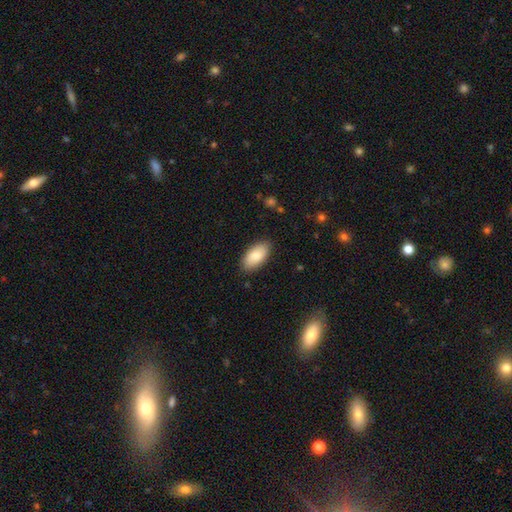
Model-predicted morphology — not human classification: smooth 84%, featured or disk 10%, star or artifact 6%. Down the decision tree: how rounded — in between (94%); merging — none (86%).